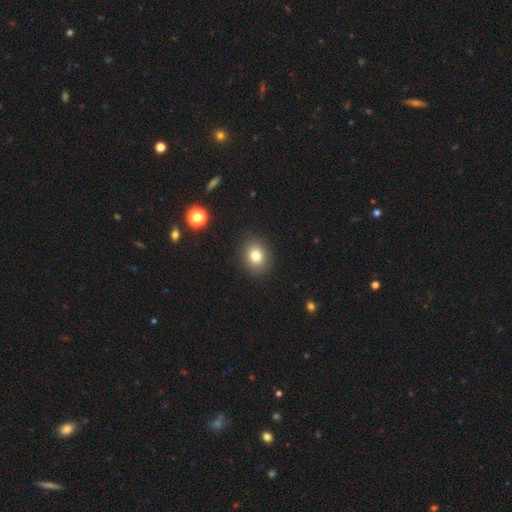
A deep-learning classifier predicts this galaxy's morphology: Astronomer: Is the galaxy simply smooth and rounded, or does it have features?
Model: smooth — 80%.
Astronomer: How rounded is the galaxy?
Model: round — 52% (runner-up: in between, 48%).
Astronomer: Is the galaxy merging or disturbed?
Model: none — 88%.